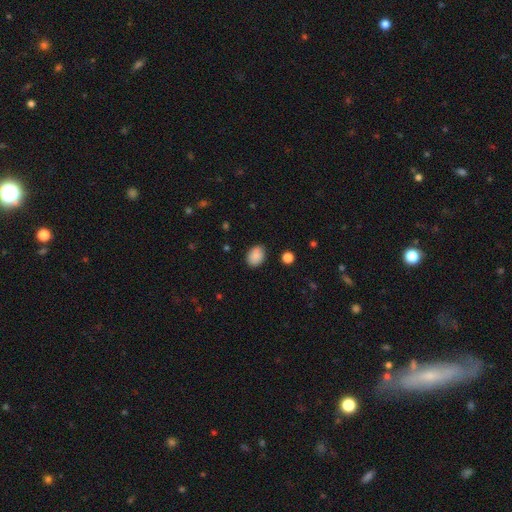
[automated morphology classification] The model was most divided on "how rounded": in between: 73%, round: 26%, cigar-shaped: 1%. More confident: smooth or featured — smooth (88%); merging — none (85%).